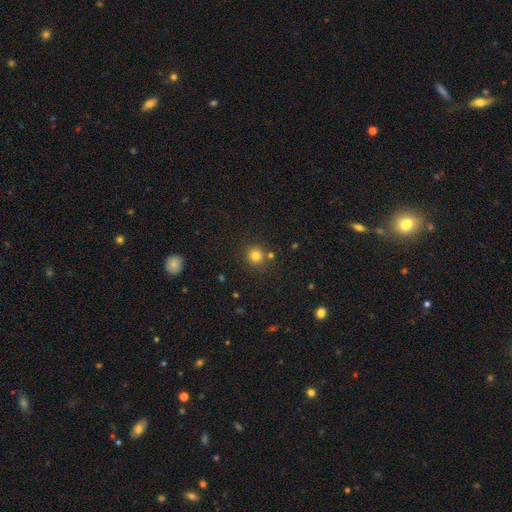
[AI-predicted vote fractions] smooth 81%, star or artifact 14%, featured or disk 5%. Down the decision tree: how rounded — round (92%); merging — none (79%).